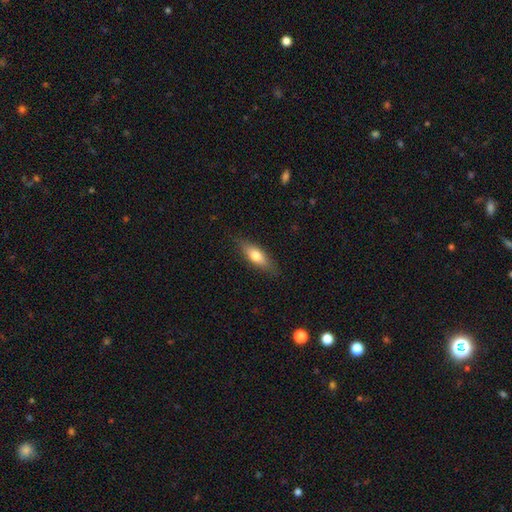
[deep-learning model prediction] This appears to be a smooth galaxy with no disk features (69%) that is in between round and cigar-shaped (61%). Merging: none (83%).